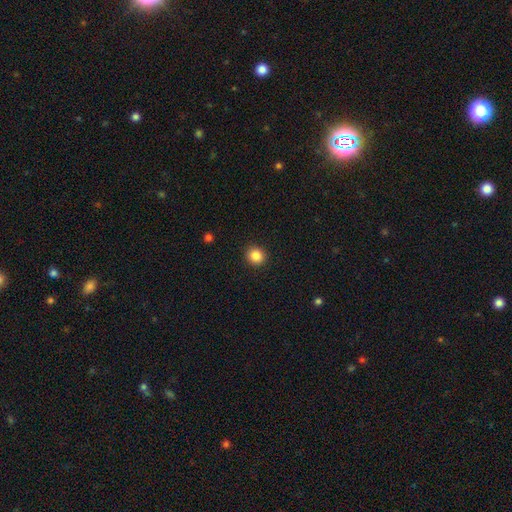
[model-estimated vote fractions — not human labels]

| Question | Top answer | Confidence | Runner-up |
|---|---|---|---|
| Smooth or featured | smooth | 86% | star or artifact (10%) |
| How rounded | round | 89% | in between (10%) |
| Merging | none | 92% | minor disturbance (5%) |